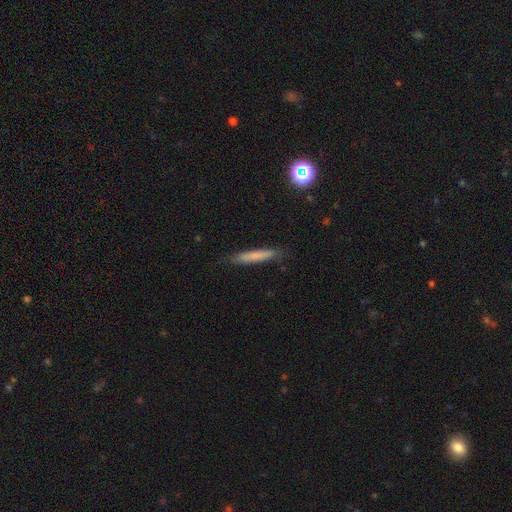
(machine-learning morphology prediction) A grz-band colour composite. It shows a smooth galaxy with no disk features (73%) that is cigar-shaped (94%). Merging: none (85%).